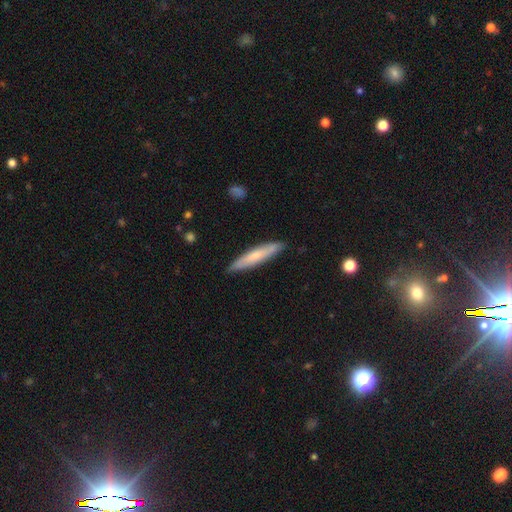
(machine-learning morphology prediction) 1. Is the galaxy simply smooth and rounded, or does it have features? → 61% smooth, 33% featured or disk, 6% star or artifact.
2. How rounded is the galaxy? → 90% cigar-shaped, 9% in between, 1% round.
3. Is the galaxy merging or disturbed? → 87% none, 10% minor disturbance, 2% major disturbance, 1% merger.